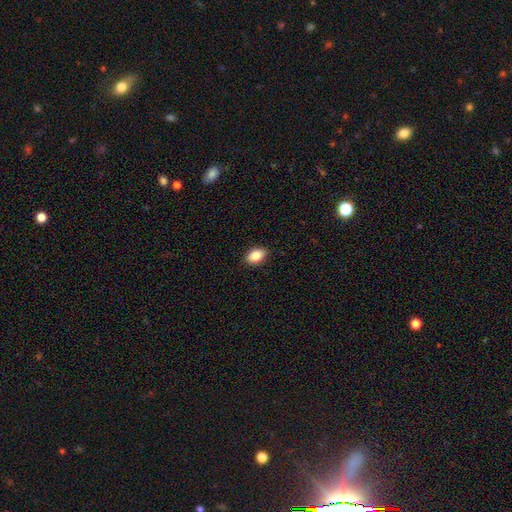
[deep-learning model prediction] Smooth or featured?
  - smooth: 85% *
  - star or artifact: 8%
  - featured or disk: 7%
How rounded?
  - in between: 86% *
  - round: 12%
  - cigar-shaped: 2%
Merging?
  - none: 87% *
  - minor disturbance: 10%
  - major disturbance: 2%
  - merger: 1%